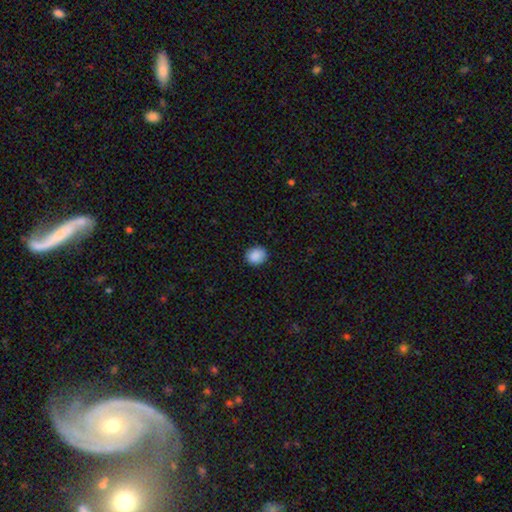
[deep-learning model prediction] This is clearly a smooth galaxy (89%). How rounded: likely round (75%). Merging: clearly none (87%).